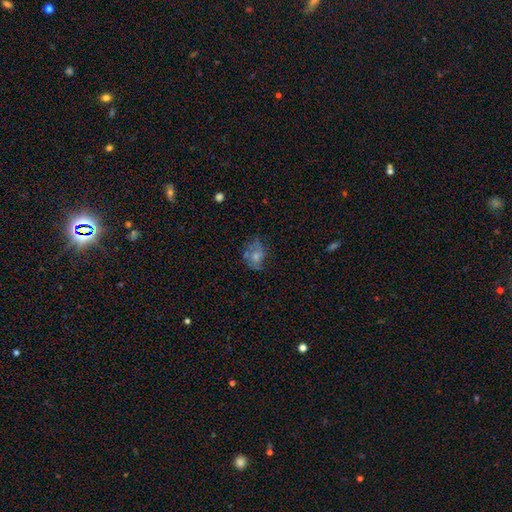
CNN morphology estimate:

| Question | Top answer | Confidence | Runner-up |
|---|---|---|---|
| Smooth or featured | smooth | 57% | featured or disk (31%) |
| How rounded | in between | 63% | round (35%) |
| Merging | none | 45% | minor disturbance (28%) |